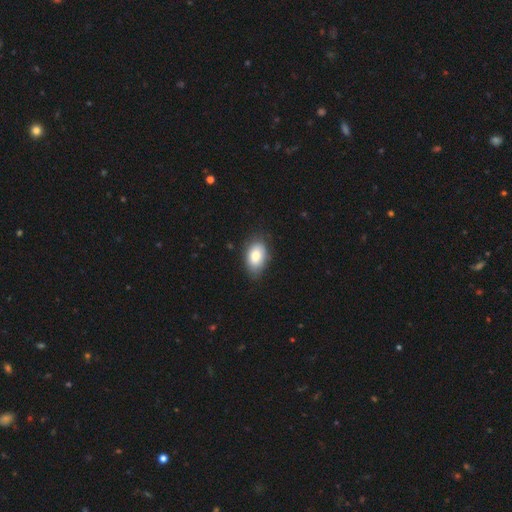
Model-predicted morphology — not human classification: smooth 79%, featured or disk 14%, star or artifact 7%. Down the decision tree: how rounded — in between (90%); merging — none (79%).